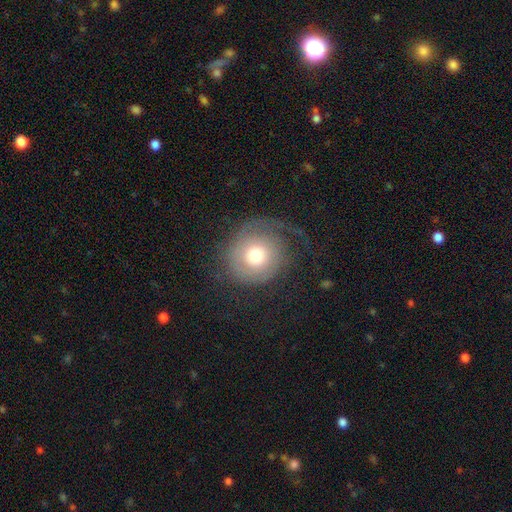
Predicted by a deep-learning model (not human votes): The model was most divided on "smooth or featured": featured or disk: 51%, smooth: 41%, star or artifact: 9%. More confident: edge-on disk — no (97%); merging — none (57%).